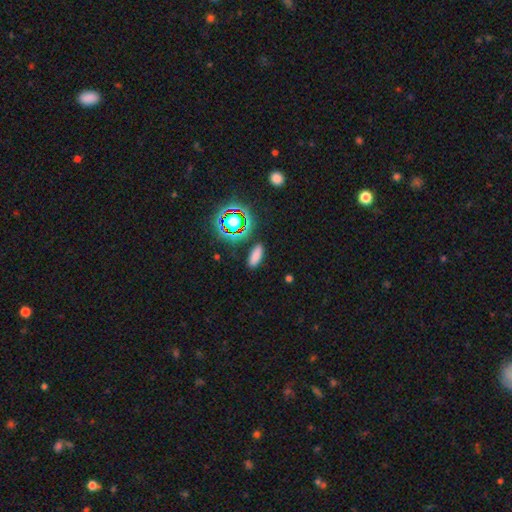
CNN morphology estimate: Smooth or featured: smooth — 75% (star or artifact — 18%)
How rounded: in between — 77% (cigar-shaped — 19%)
Merging: none — 86% (minor disturbance — 10%)